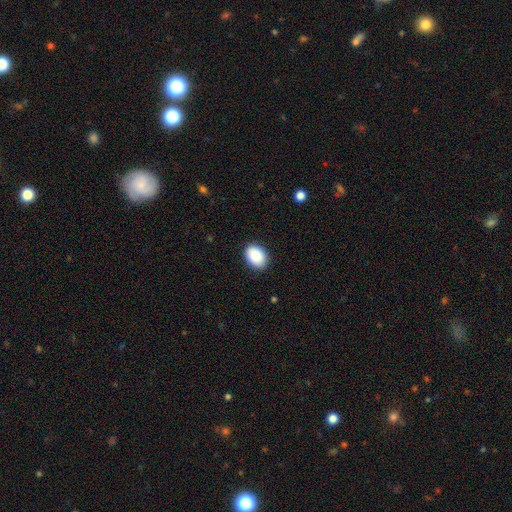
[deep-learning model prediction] A smooth galaxy with no disk features (89%) that is in between round and cigar-shaped (79%). Merging: none (88%).